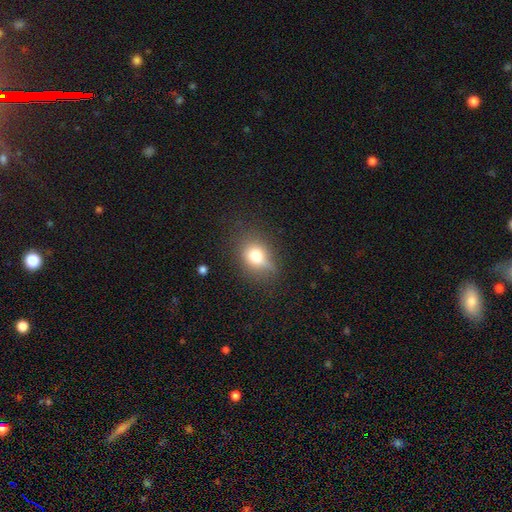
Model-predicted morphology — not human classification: Smooth or featured: smooth — 71% (featured or disk — 16%)
How rounded: in between — 50% (round — 48%)
Merging: none — 57% (minor disturbance — 28%)